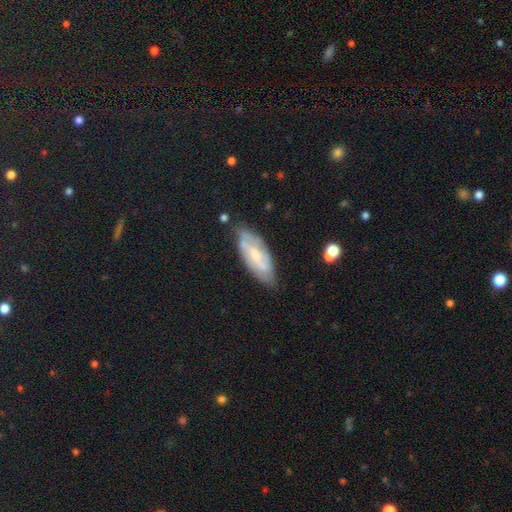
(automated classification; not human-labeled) Morphology: type=featured or disk (59%); edge-on=no (83%); merging=none (68%).